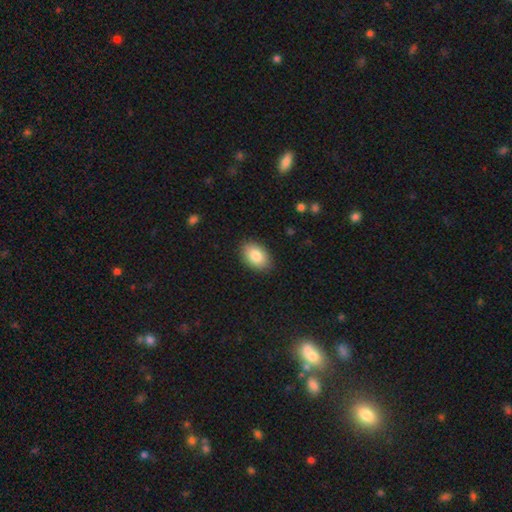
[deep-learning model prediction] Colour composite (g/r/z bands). It shows a smooth galaxy with no disk features (86%) that is in between round and cigar-shaped (88%). Merging: none (89%).